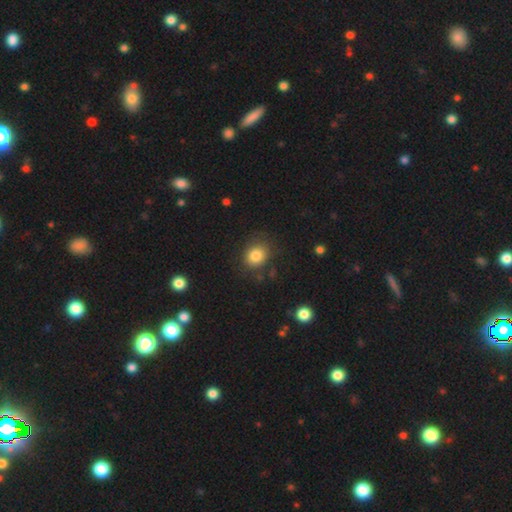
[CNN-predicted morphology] A smooth galaxy with no disk features (82%) that is round (65%).

Vote fractions:
- Smooth or featured? smooth: 82% / star or artifact: 10% / featured or disk: 8%
- How rounded? round: 65% / in between: 34% / cigar-shaped: 1%
- Merging? none: 77% / minor disturbance: 15% / major disturbance: 5% / merger: 2%